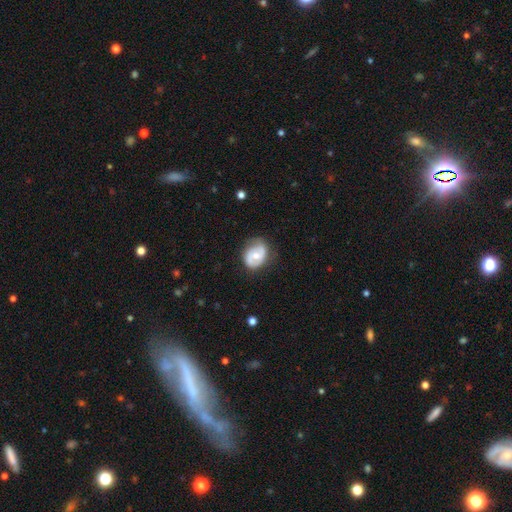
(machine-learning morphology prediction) This appears to be a featured or disk galaxy (57%) with no bar (60%), spiral arms (72%) and a moderate central bulge (62%). Merging: none (69%).